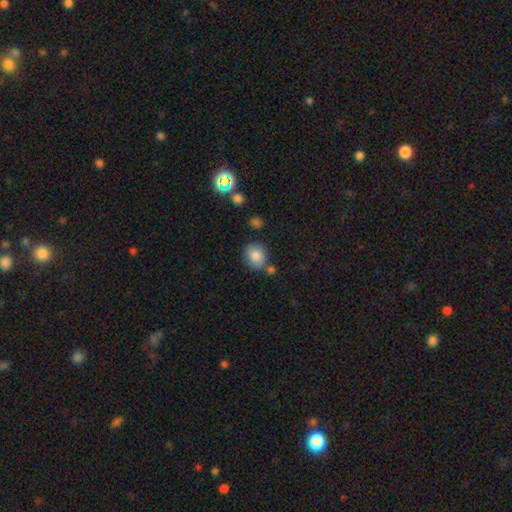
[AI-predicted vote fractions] smooth-or-featured: smooth: 84% | star or artifact: 9% | featured or disk: 7%
  how-rounded: round: 71% | in between: 28% | cigar-shaped: 1%
  merging: none: 69% | minor disturbance: 15% | merger: 11% | major disturbance: 4%